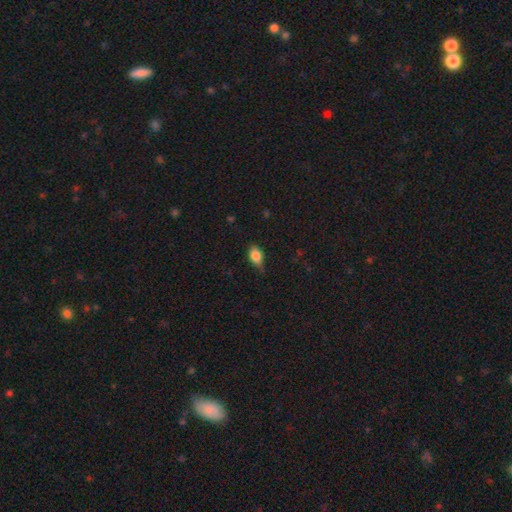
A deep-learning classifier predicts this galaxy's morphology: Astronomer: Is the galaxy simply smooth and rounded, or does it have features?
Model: smooth — 81%.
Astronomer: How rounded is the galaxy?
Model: in between — 82%.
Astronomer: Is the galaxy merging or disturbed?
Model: none — 59%.